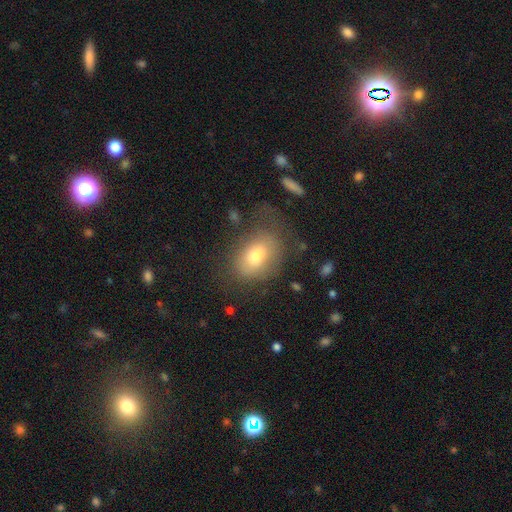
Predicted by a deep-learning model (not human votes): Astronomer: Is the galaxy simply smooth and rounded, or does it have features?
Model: smooth — 70%.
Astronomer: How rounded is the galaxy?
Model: in between — 76%.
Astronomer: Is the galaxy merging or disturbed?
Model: none — 60%.